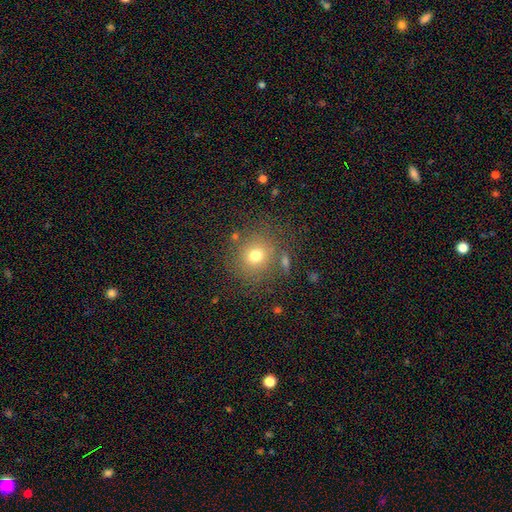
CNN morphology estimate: Smooth or featured?
  - smooth: 73% *
  - star or artifact: 15%
  - featured or disk: 12%
How rounded?
  - round: 82% *
  - in between: 17%
  - cigar-shaped: 1%
Merging?
  - none: 78% *
  - minor disturbance: 11%
  - merger: 5%
  - major disturbance: 5%